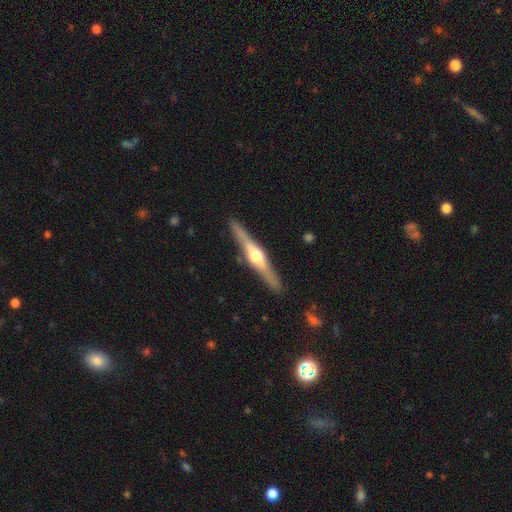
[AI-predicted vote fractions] A featured or disk galaxy (76%) viewed edge-on (98%) with a rounded central bulge (93%). Merging: none (90%).